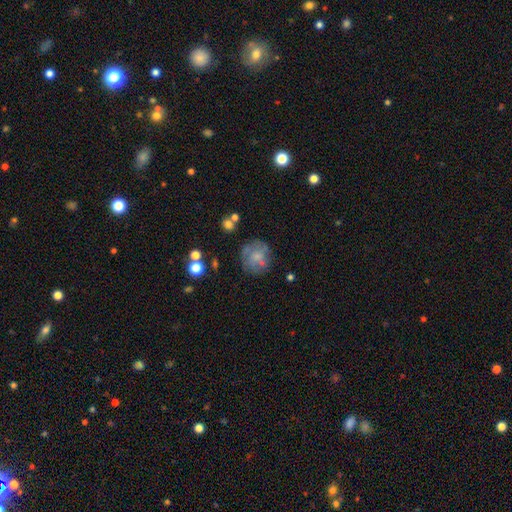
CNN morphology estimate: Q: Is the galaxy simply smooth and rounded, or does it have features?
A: smooth — 55%.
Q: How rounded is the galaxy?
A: round — 86%.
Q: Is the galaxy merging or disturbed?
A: none — 62%.